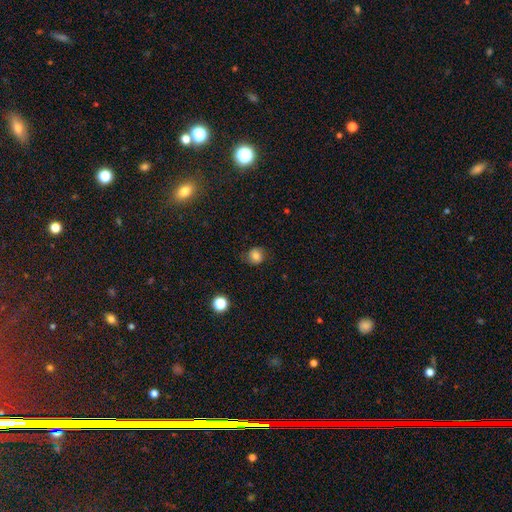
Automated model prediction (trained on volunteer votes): Smooth or featured? smooth (78%)
How rounded? round (84%)
Merging? none (75%)